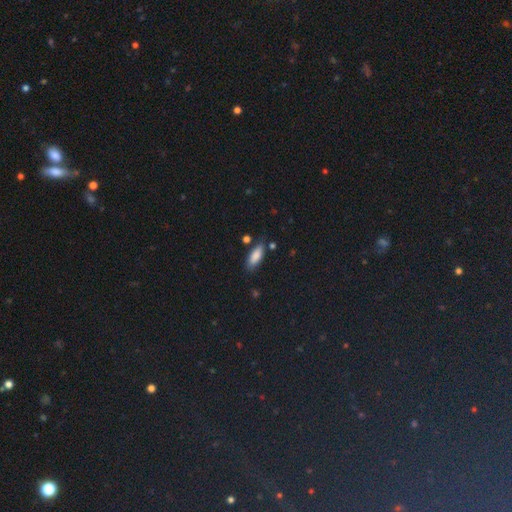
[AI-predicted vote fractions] This appears to be a smooth galaxy with no disk features (85%) that is in between round and cigar-shaped (74%). Merging: none (76%).